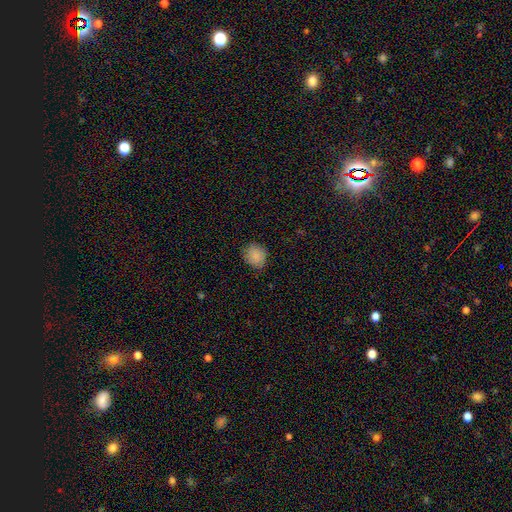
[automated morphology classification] Q: Smooth or featured?
A: smooth (87%); runner-up: star or artifact (9%)
Q: How rounded?
A: round (75%); runner-up: in between (24%)
Q: Merging?
A: none (81%); runner-up: minor disturbance (15%)